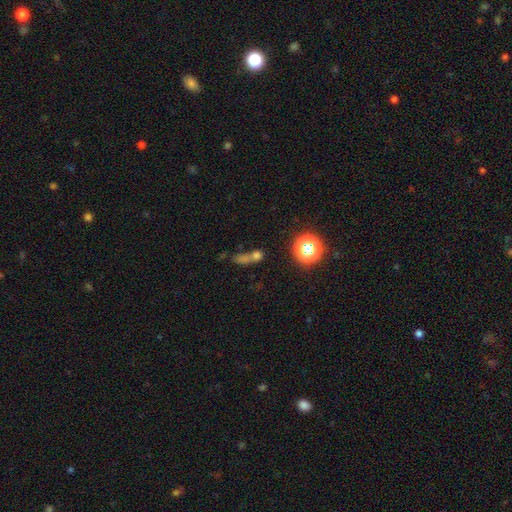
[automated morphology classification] smooth_or_featured: star or artifact (p=0.51) [alt: smooth p=0.33]